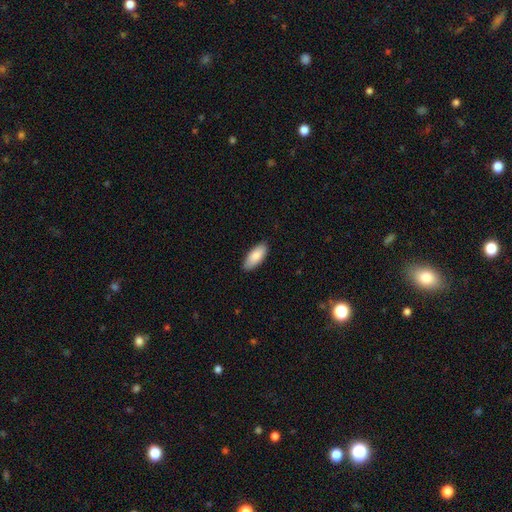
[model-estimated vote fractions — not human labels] Smooth or featured? Predicted: smooth (p=0.87). How rounded? Predicted: in between (p=0.85). Merging? Predicted: none (p=0.87).